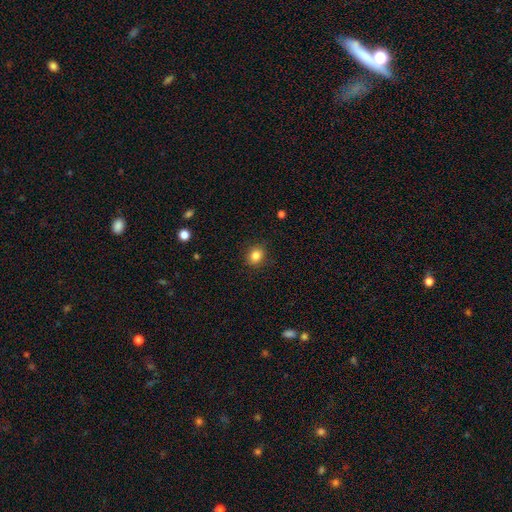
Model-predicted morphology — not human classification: A smooth galaxy with no disk features (84%) that is round (68%).

Vote fractions:
- Smooth or featured? smooth: 84% / star or artifact: 11% / featured or disk: 5%
- How rounded? round: 68% / in between: 31% / cigar-shaped: 1%
- Merging? none: 87% / minor disturbance: 9% / major disturbance: 3% / merger: 1%